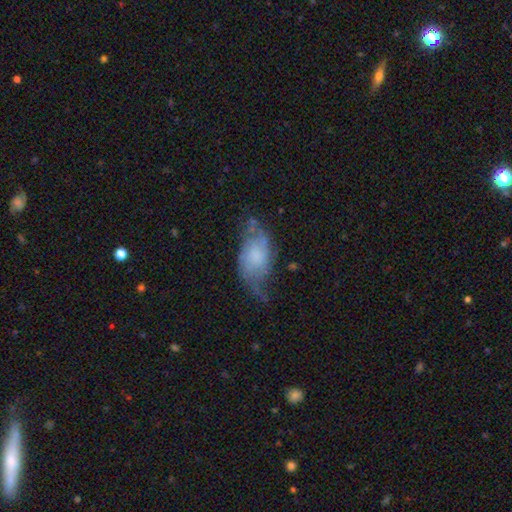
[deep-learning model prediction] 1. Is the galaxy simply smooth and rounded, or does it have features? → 63% featured or disk, 29% smooth, 8% star or artifact.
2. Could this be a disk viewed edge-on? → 95% no, 5% yes.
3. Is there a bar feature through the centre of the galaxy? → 69% no, 27% weak, 4% strong.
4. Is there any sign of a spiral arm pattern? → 85% yes, 15% no.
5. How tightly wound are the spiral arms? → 53% loose, 33% medium, 14% tight.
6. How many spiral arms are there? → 77% 2, 12% can't tell, 5% 1, 3% 3, 2% 4, 2% more than 4.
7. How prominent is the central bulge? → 36% none, 23% small, 21% moderate, 15% large, 4% dominant.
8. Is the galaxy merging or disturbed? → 47% none, 29% minor disturbance, 21% major disturbance, 3% merger.